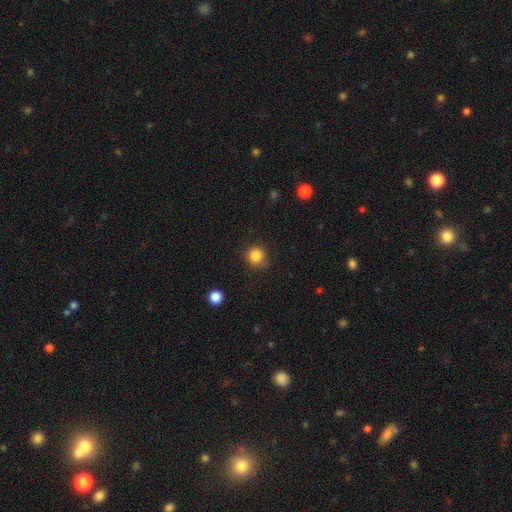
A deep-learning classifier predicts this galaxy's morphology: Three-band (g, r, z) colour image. It shows a smooth galaxy with no disk features (85%) that is round (91%). Merging: none (81%).